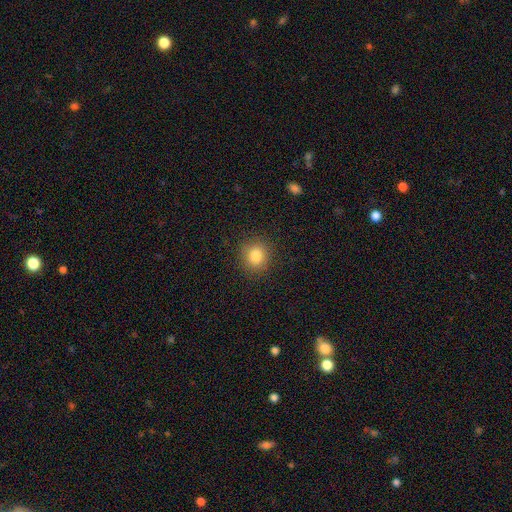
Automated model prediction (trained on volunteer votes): The model was most divided on "smooth or featured": smooth: 82%, star or artifact: 11%, featured or disk: 6%. More confident: merging — none (89%); how rounded — round (89%).